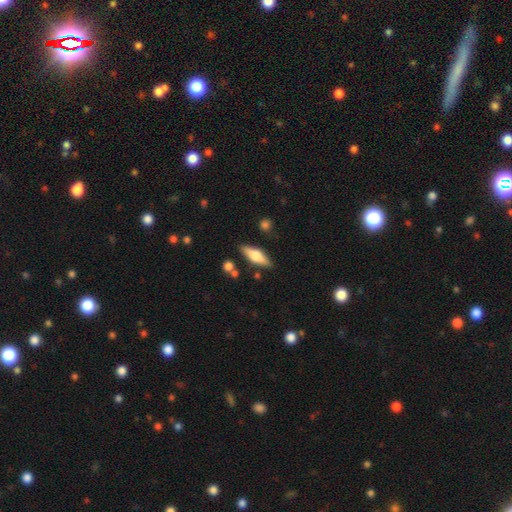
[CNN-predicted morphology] smooth-or-featured: featured or disk: 49% | smooth: 44% | star or artifact: 7%
  merging: none: 82% | minor disturbance: 11% | merger: 4% | major disturbance: 3%